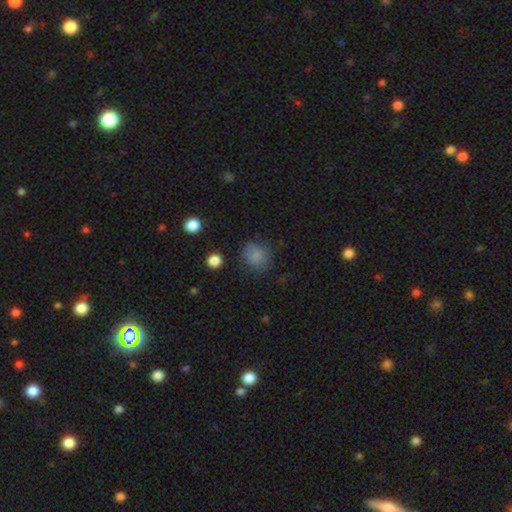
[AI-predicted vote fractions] Smooth or featured? Predicted: smooth (p=0.82). How rounded? Predicted: round (p=0.82). Merging? Predicted: none (p=0.76).